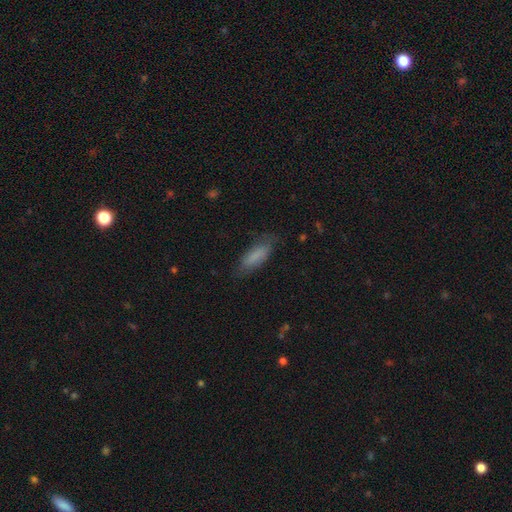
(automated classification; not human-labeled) smooth-or-featured: smooth: 80% | featured or disk: 13% | star or artifact: 7%
  how-rounded: in between: 59% | cigar-shaped: 40% | round: 2%
  merging: none: 75% | minor disturbance: 18% | major disturbance: 6% | merger: 1%